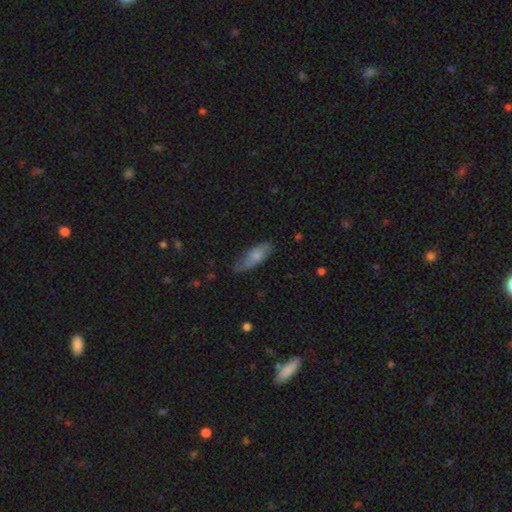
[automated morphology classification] A smooth galaxy with no disk features (71%) that is in between round and cigar-shaped (64%). Merging: none (65%).